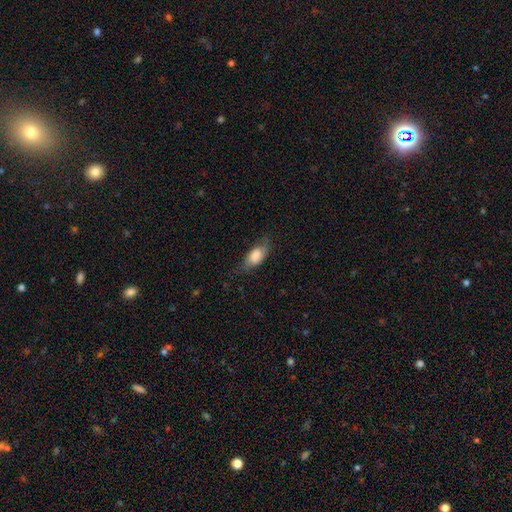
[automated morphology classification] smooth_or_featured: smooth (p=0.74) [alt: featured or disk p=0.20]
how_rounded: in between (p=0.83) [alt: cigar-shaped p=0.12]
merging: none (p=0.62) [alt: minor disturbance p=0.28]